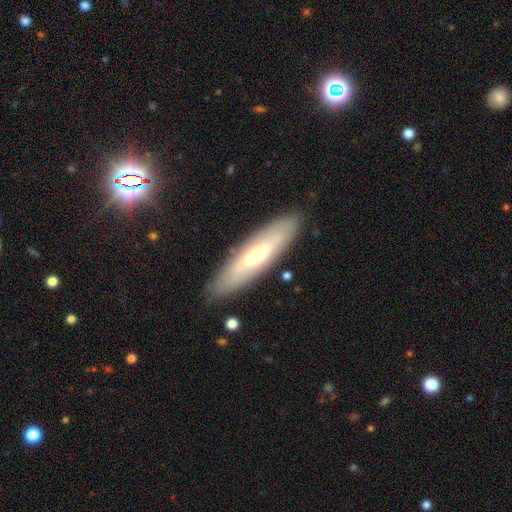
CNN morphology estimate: smooth-or-featured: featured or disk: 52% | smooth: 39% | star or artifact: 9%
  disk-edge-on: yes: 55% | no: 45%
  merging: none: 87% | minor disturbance: 9% | major disturbance: 2% | merger: 1%